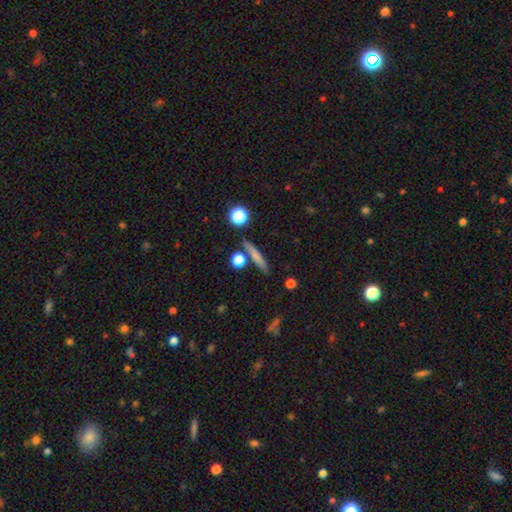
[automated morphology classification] type=smooth (66%); roundness=cigar-shaped (82%); merging=none (80%).